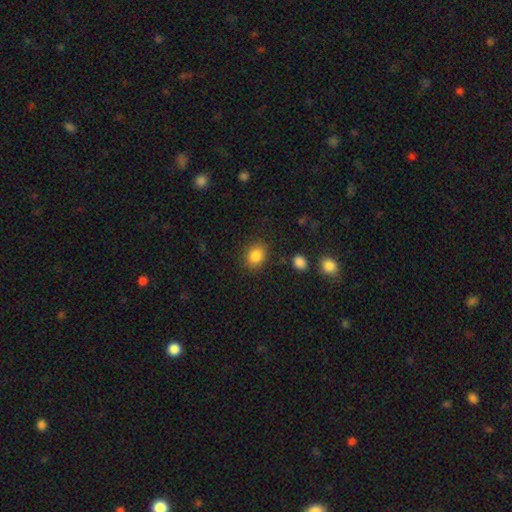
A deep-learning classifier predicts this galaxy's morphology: A smooth galaxy with no disk features (86%) that is round (62%). Merging: none (86%).